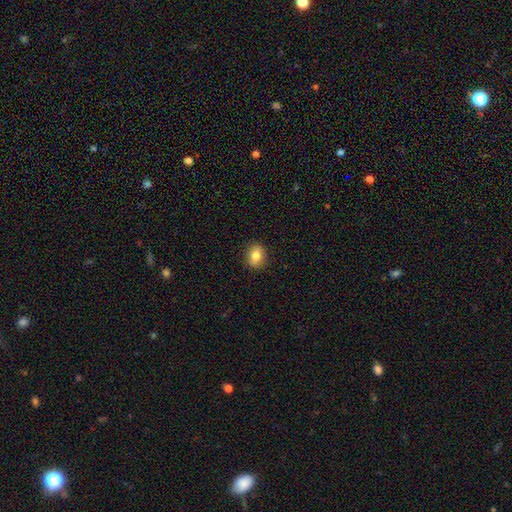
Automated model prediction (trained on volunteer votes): The model was most divided on "how rounded": round: 55%, in between: 44%, cigar-shaped: 2%. More confident: merging — none (87%); smooth or featured — smooth (77%).